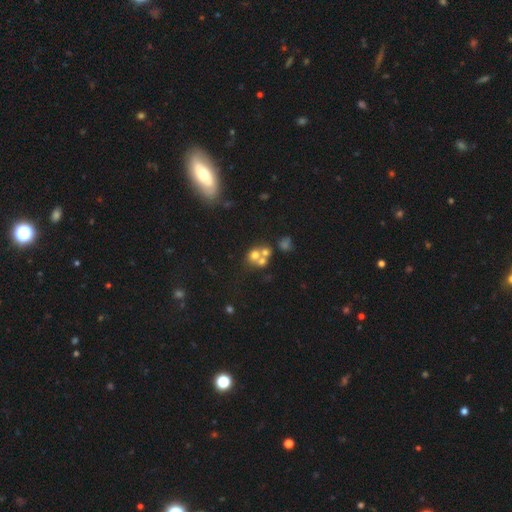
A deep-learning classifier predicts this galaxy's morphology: This appears to be a smooth galaxy with no disk features (57%) that is round (77%). Merging: merger (52%).